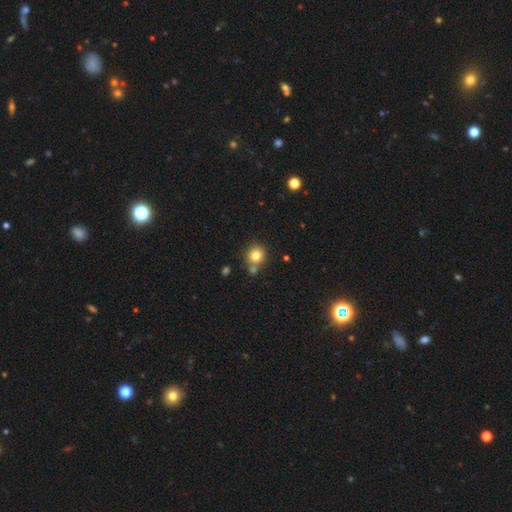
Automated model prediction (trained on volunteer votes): Smooth or featured?
  - smooth: 80% *
  - star or artifact: 11%
  - featured or disk: 8%
How rounded?
  - round: 88% *
  - in between: 11%
  - cigar-shaped: 1%
Merging?
  - none: 68% *
  - merger: 20%
  - minor disturbance: 10%
  - major disturbance: 3%